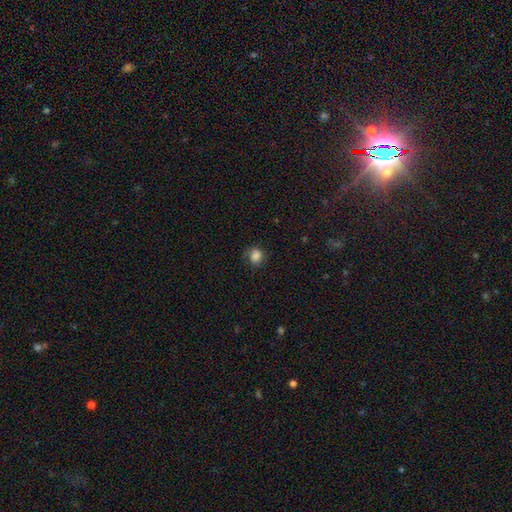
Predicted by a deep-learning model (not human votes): smooth 83%, star or artifact 11%, featured or disk 6%. Down the decision tree: how rounded — round (63%); merging — none (67%).